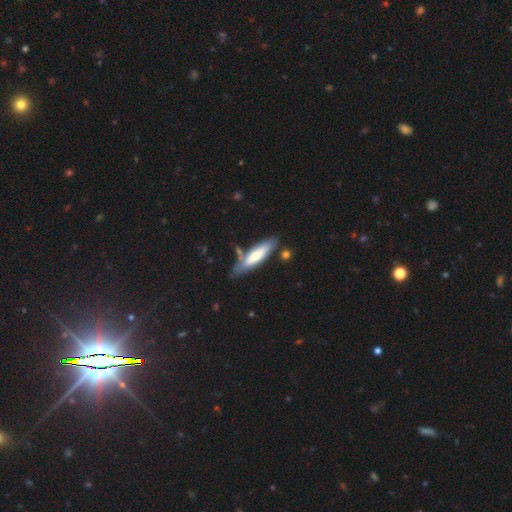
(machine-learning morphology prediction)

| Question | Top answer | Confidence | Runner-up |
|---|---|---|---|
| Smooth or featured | smooth | 59% | featured or disk (36%) |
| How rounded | cigar-shaped | 68% | in between (30%) |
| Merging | none | 71% | minor disturbance (17%) |